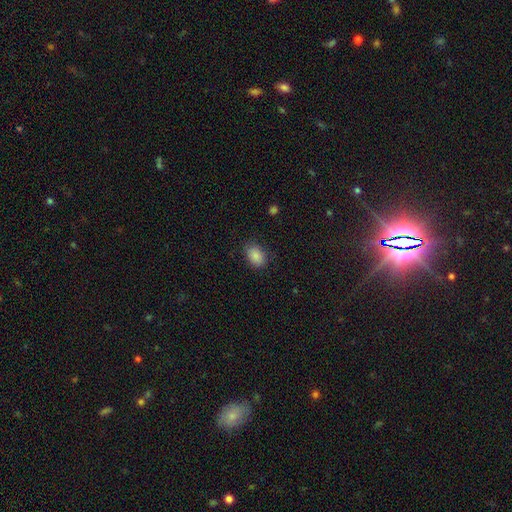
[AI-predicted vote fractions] Q: Smooth or featured?
A: smooth (87%); runner-up: star or artifact (8%)
Q: How rounded?
A: in between (76%); runner-up: round (23%)
Q: Merging?
A: none (82%); runner-up: minor disturbance (13%)